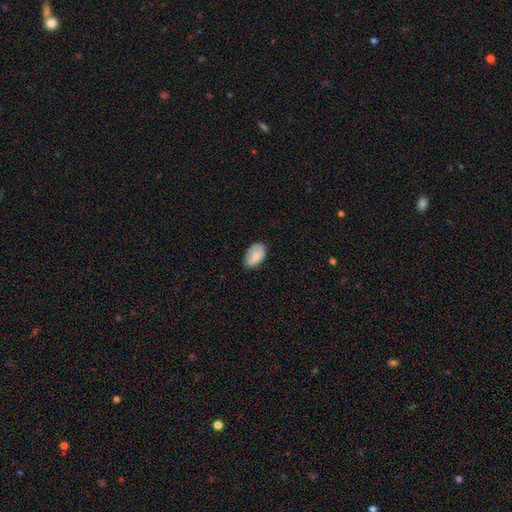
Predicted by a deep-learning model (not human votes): Smooth or featured?
  - smooth: 82% *
  - featured or disk: 11%
  - star or artifact: 7%
How rounded?
  - in between: 92% *
  - round: 7%
  - cigar-shaped: 1%
Merging?
  - none: 71% *
  - minor disturbance: 23%
  - major disturbance: 4%
  - merger: 1%